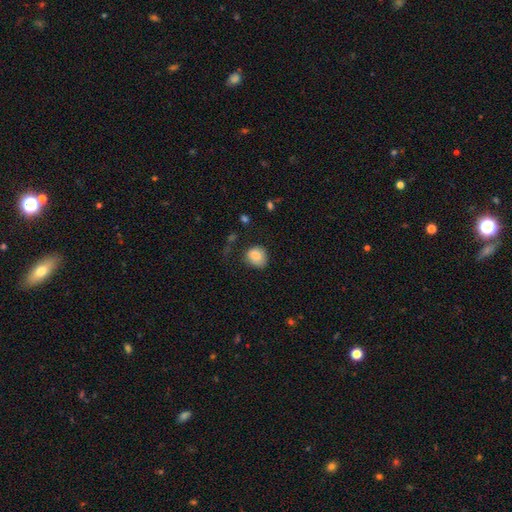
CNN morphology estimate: Overall: smooth (84%). How rounded: round (71%). Merging: none (66%).